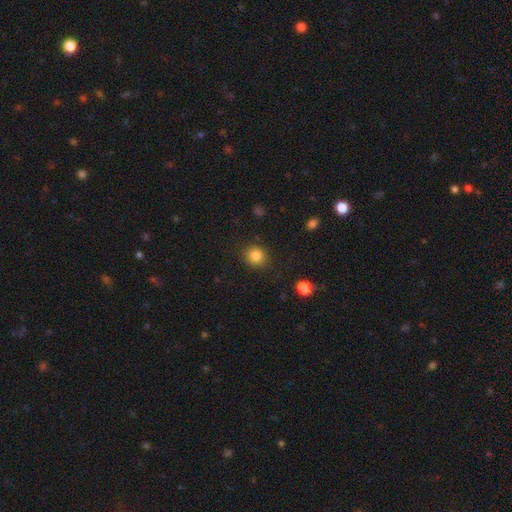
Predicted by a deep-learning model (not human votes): Smooth or featured? Predicted: smooth (p=0.85). How rounded? Predicted: round (p=0.86). Merging? Predicted: none (p=0.87).